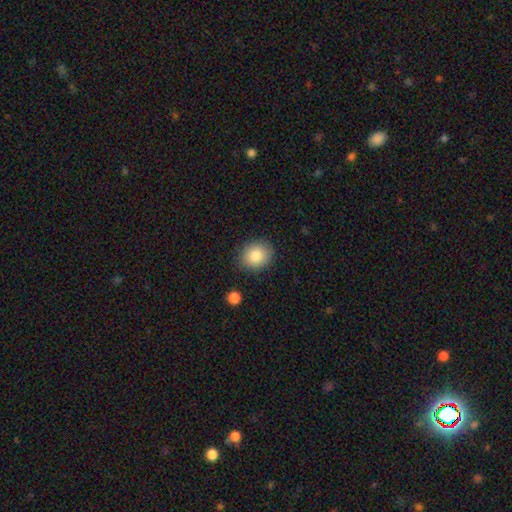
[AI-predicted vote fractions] Overall: smooth (84%). How rounded: round (68%; in between 31%). Merging: none (86%).